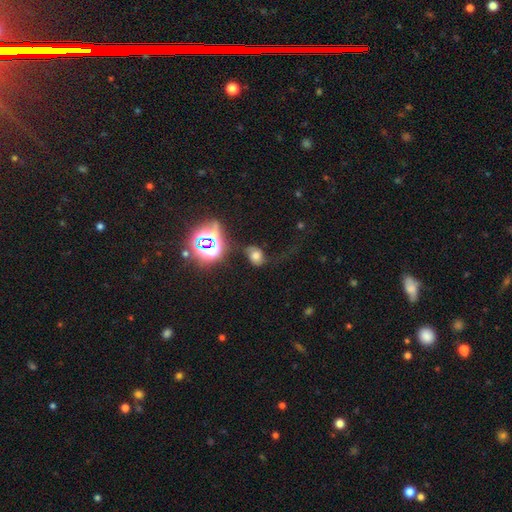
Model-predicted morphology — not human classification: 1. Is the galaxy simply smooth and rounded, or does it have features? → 53% smooth, 24% star or artifact, 23% featured or disk.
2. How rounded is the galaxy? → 65% in between, 34% round, 2% cigar-shaped.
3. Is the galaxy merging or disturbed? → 48% none, 25% minor disturbance, 22% major disturbance, 6% merger.